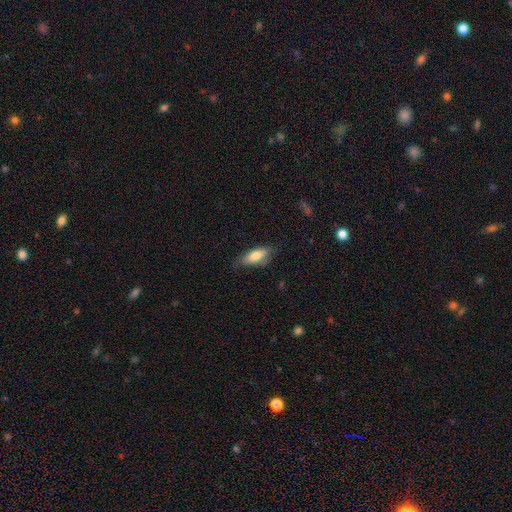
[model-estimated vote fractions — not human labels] Q: Smooth or featured?
A: smooth (75%); runner-up: featured or disk (19%)
Q: How rounded?
A: in between (71%); runner-up: cigar-shaped (26%)
Q: Merging?
A: none (68%); runner-up: minor disturbance (25%)